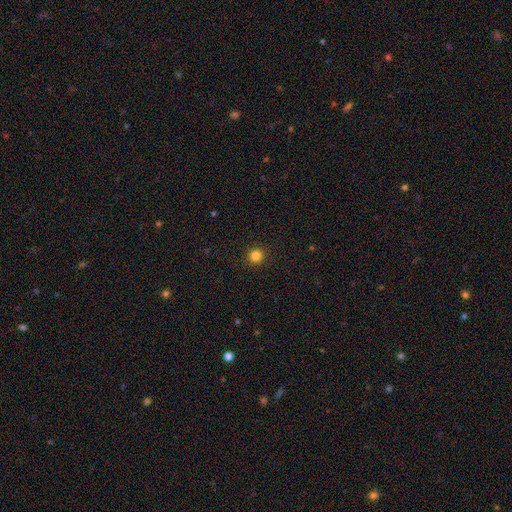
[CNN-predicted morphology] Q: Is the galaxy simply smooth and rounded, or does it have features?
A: smooth — 83%.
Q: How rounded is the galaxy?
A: round — 94%.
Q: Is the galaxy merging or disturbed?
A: none — 93%.